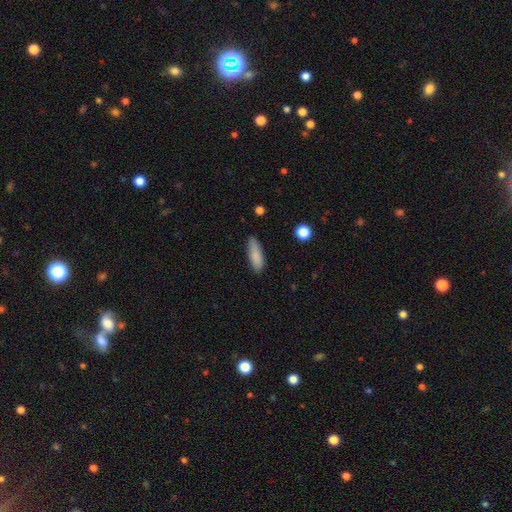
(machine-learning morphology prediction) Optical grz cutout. It shows a smooth galaxy with no disk features (85%) that is in between round and cigar-shaped (54%). Merging: none (82%).